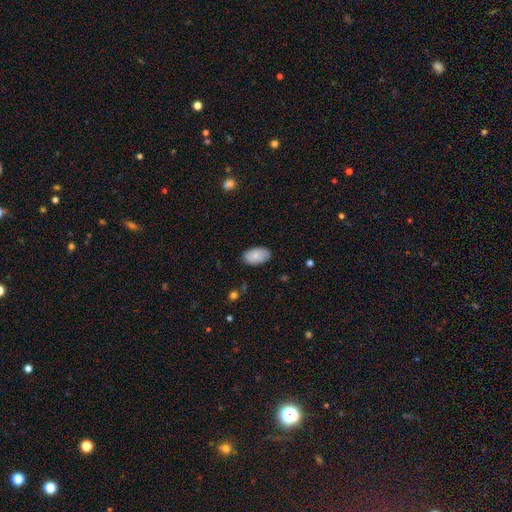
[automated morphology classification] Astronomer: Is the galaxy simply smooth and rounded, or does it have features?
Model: smooth — 83%.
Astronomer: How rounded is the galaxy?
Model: in between — 94%.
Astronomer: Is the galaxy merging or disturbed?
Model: none — 84%.